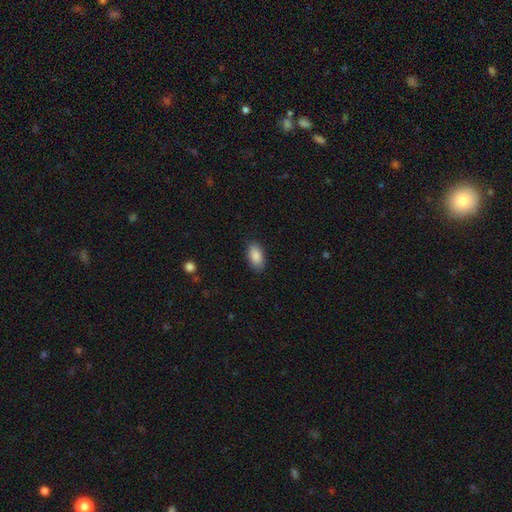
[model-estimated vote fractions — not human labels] Morphology: type=smooth (88%); roundness=in between (93%); merging=none (87%).